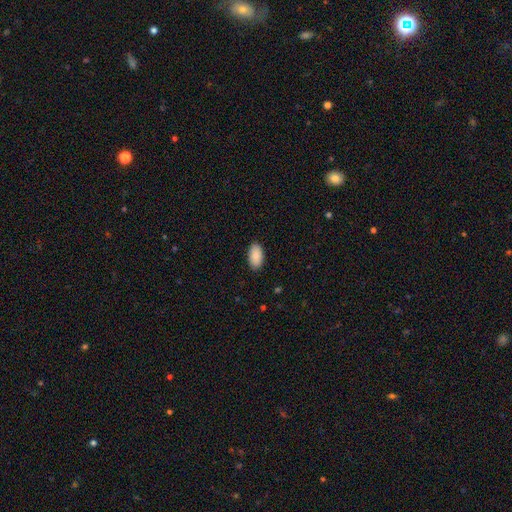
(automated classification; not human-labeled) smooth_or_featured: smooth (p=0.90) [alt: star or artifact p=0.06]
how_rounded: in between (p=0.96) [alt: round p=0.03]
merging: none (p=0.89) [alt: minor disturbance p=0.08]